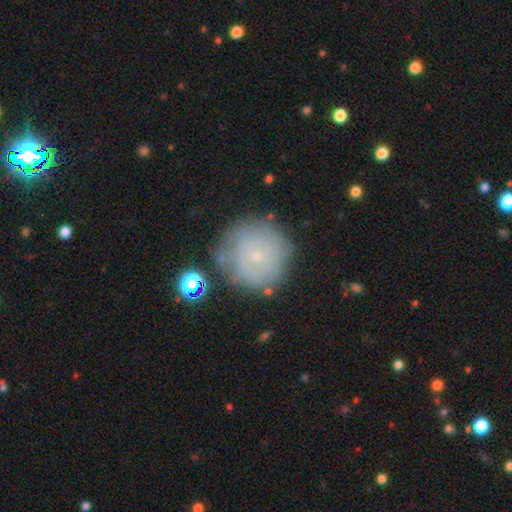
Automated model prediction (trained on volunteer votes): Overall: featured or disk (50%; smooth 40%). Merging: none (75%).